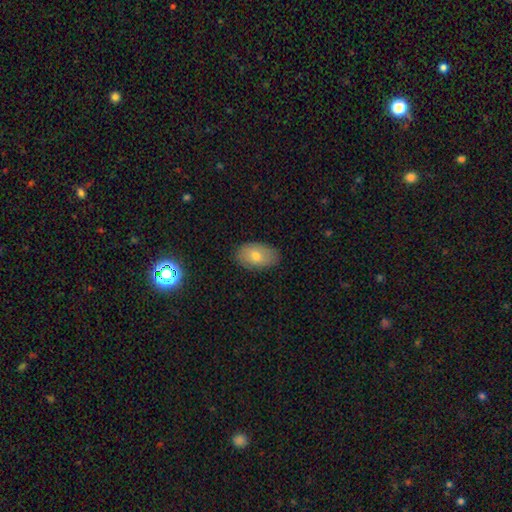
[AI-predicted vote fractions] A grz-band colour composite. It shows a smooth galaxy with no disk features (73%) that is in between round and cigar-shaped (92%). Merging: none (84%).